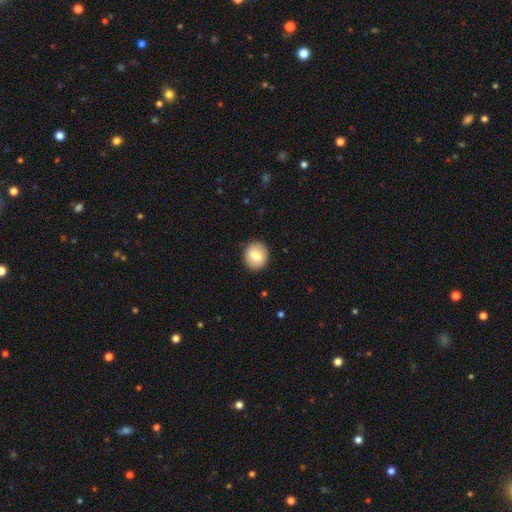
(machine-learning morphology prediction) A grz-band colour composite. It shows a smooth galaxy with no disk features (78%) that is round (81%). Merging: none (90%).